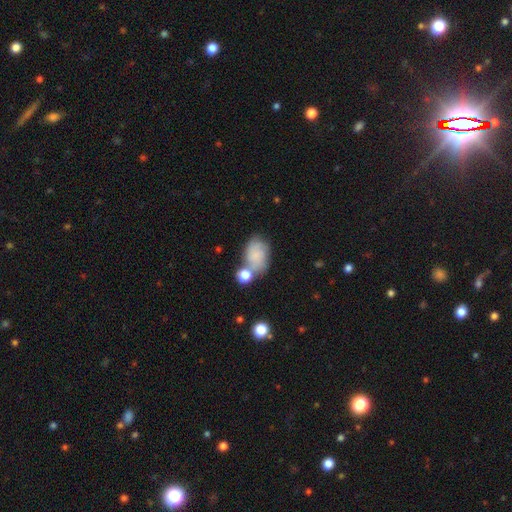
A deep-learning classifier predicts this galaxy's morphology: smooth 62%, featured or disk 28%, star or artifact 10%. Down the decision tree: how rounded — in between (78%); merging — none (44%).